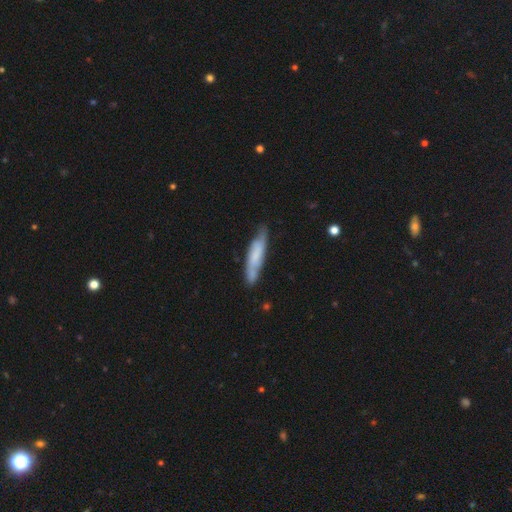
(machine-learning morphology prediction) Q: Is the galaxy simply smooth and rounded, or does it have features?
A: smooth — 52%.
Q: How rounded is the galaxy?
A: cigar-shaped — 80%.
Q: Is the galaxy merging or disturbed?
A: none — 71%.